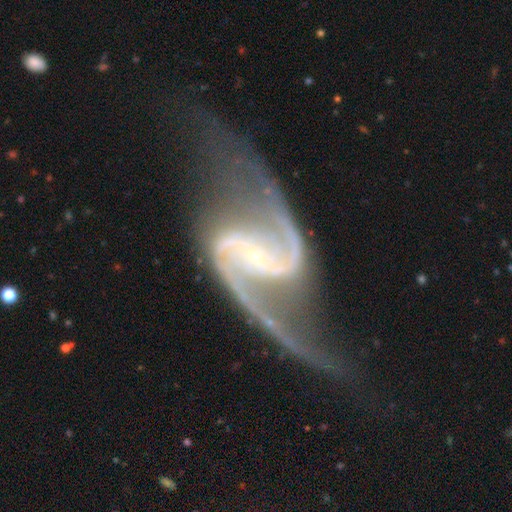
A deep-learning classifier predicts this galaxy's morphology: Smooth or featured: featured or disk — 93% (star or artifact — 4%)
Edge-on disk: no — 98% (yes — 2%)
Bar: weak — 35% (strong — 34%)
Spiral arms: yes — 98% (no — 2%)
Spiral winding: loose — 64% (medium — 28%)
Spiral arm count: 2 — 93% (can't tell — 2%)
Bulge size: small — 85% (moderate — 9%)
Merging: none — 51% (major disturbance — 28%)